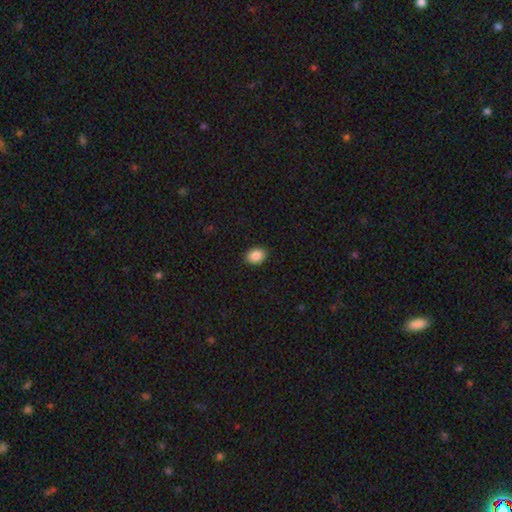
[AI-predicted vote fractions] smooth-or-featured: smooth: 89% | star or artifact: 8% | featured or disk: 3%
  how-rounded: in between: 71% | round: 28% | cigar-shaped: 1%
  merging: none: 90% | minor disturbance: 7% | major disturbance: 2% | merger: 1%